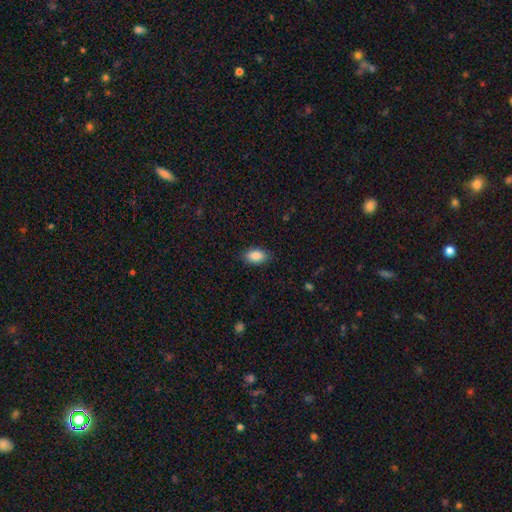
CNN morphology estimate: This is clearly a smooth galaxy (88%). How rounded: clearly in between (92%). Merging: clearly none (86%).